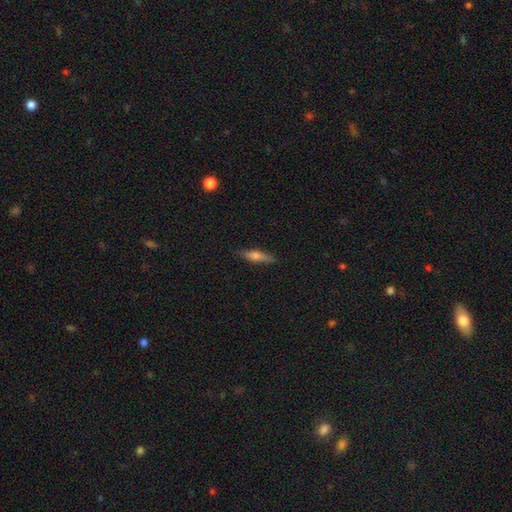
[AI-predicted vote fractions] A smooth galaxy with no disk features (54%) that is cigar-shaped (75%). Merging: none (87%).